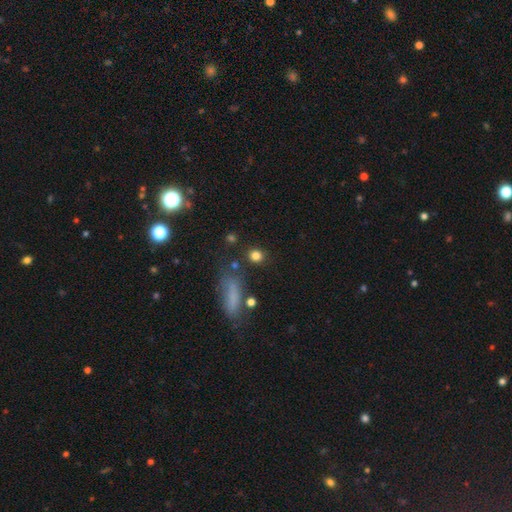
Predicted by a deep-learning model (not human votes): This is clearly a smooth galaxy (81%). How rounded: likely round (76%). Merging: likely none (80%).